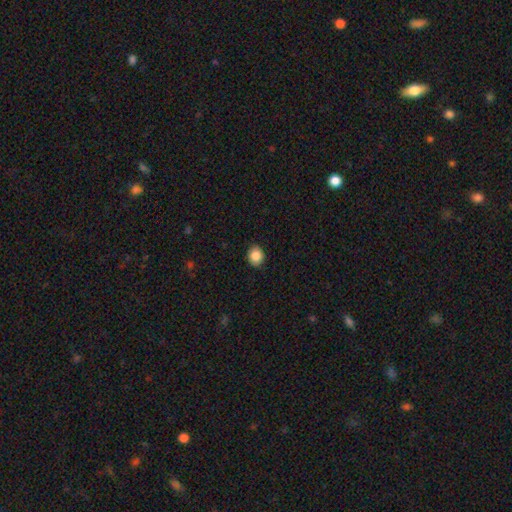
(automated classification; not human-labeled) Smooth or featured: smooth — 87% (star or artifact — 9%)
How rounded: round — 63% (in between — 37%)
Merging: none — 88% (minor disturbance — 9%)